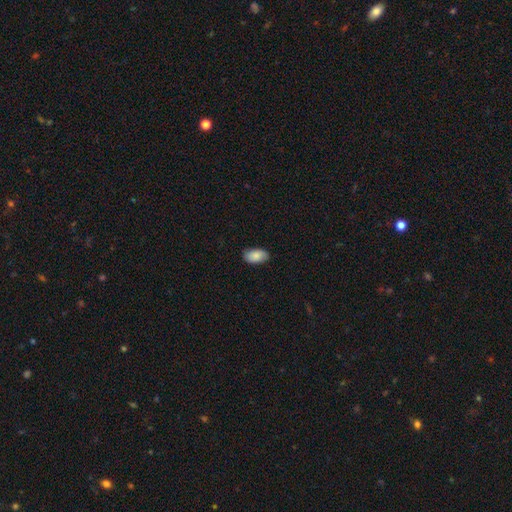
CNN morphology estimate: This is clearly a smooth galaxy (85%). How rounded: clearly in between (95%). Merging: clearly none (85%).